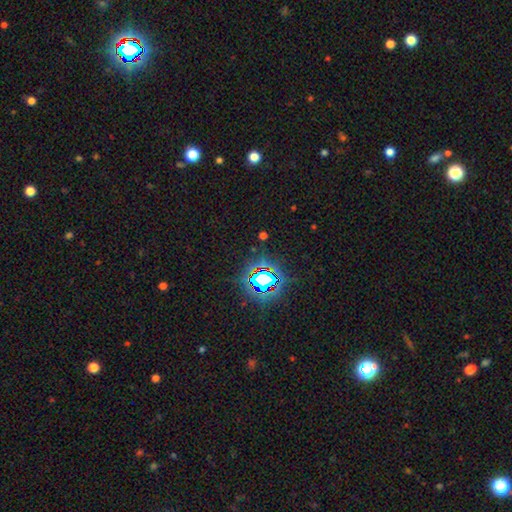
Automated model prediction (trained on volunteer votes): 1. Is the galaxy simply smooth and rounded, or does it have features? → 82% star or artifact, 11% smooth, 7% featured or disk.